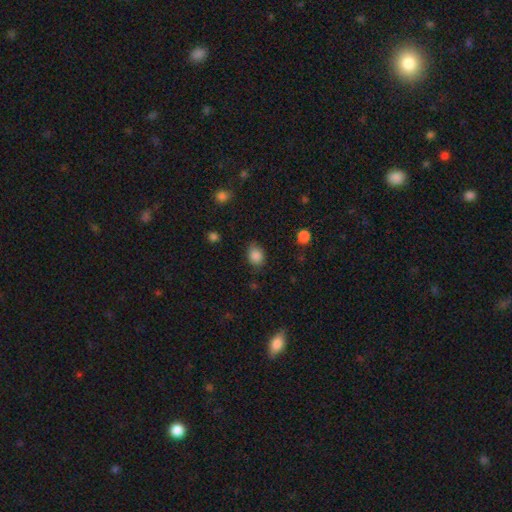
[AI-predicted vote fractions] Morphology: type=smooth (85%); roundness=in between (52%); merging=none (75%).